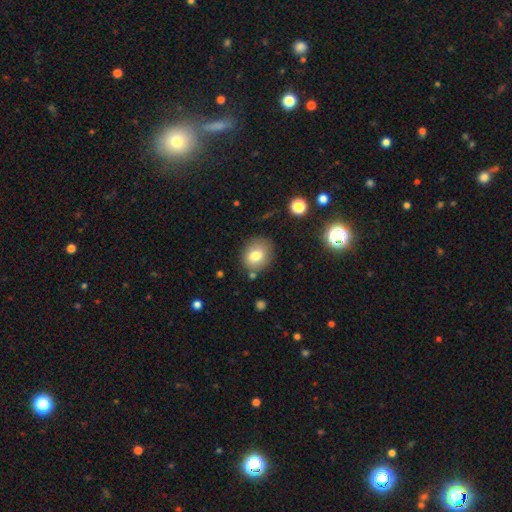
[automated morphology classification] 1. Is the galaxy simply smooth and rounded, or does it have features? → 77% smooth, 12% featured or disk, 10% star or artifact.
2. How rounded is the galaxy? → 56% round, 43% in between, 1% cigar-shaped.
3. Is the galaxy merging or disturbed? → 78% none, 14% minor disturbance, 5% merger, 4% major disturbance.